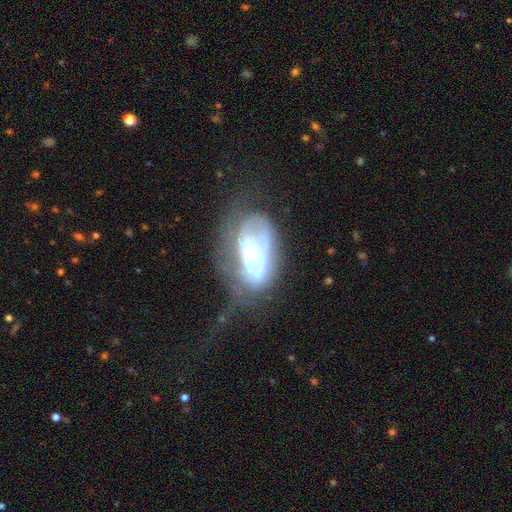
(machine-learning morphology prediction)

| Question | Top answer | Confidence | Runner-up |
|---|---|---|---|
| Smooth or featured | featured or disk | 67% | smooth (23%) |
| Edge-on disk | no | 96% | yes (4%) |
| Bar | no | 73% | weak (20%) |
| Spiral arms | yes | 51% | no (49%) |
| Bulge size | small | 50% | moderate (33%) |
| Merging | major disturbance | 38% | none (28%) |